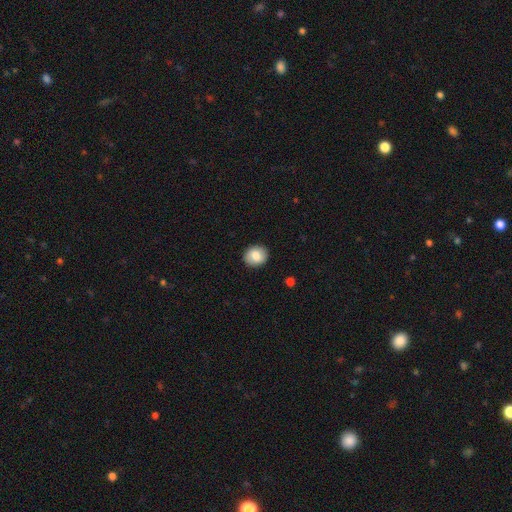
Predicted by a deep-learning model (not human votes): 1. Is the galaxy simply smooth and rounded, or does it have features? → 81% smooth, 11% featured or disk, 8% star or artifact.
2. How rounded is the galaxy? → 66% round, 33% in between, 1% cigar-shaped.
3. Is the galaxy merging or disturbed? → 90% none, 7% minor disturbance, 2% major disturbance, 1% merger.